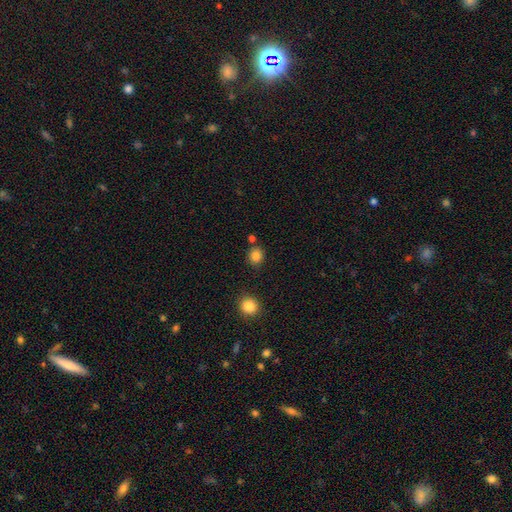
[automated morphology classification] smooth 85%, star or artifact 11%, featured or disk 4%. Down the decision tree: how rounded — round (81%); merging — none (82%).